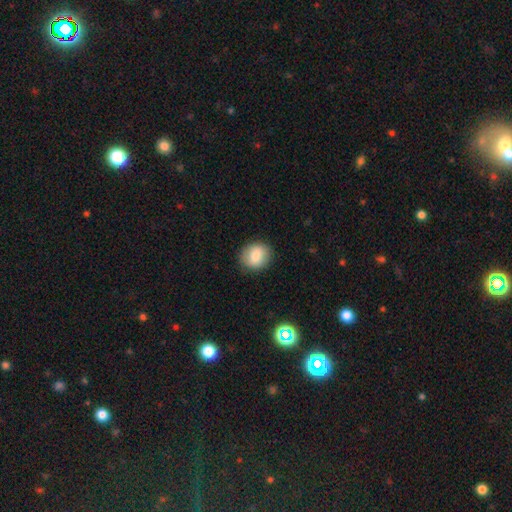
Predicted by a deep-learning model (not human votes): Overall: smooth (82%). How rounded: round (70%). Merging: none (87%).